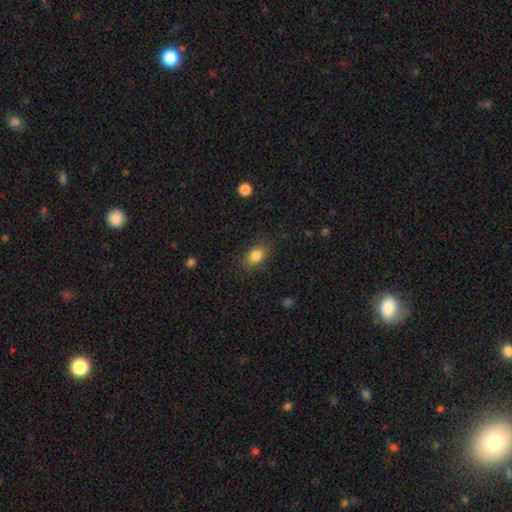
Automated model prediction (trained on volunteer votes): This appears to be a smooth galaxy with no disk features (84%) that is in between round and cigar-shaped (75%). Merging: none (83%).